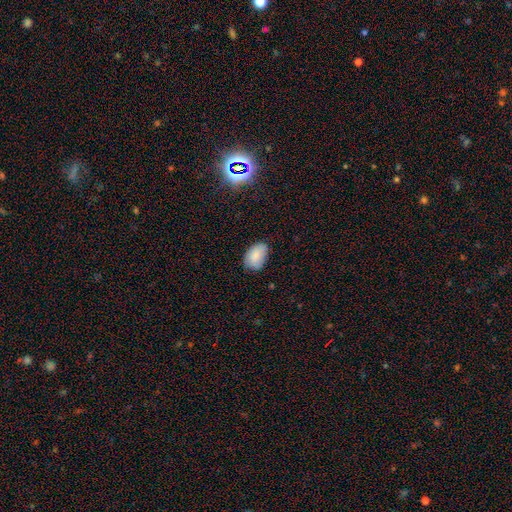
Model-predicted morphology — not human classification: smooth 84%, featured or disk 8%, star or artifact 8%. Down the decision tree: how rounded — in between (89%); merging — none (69%).